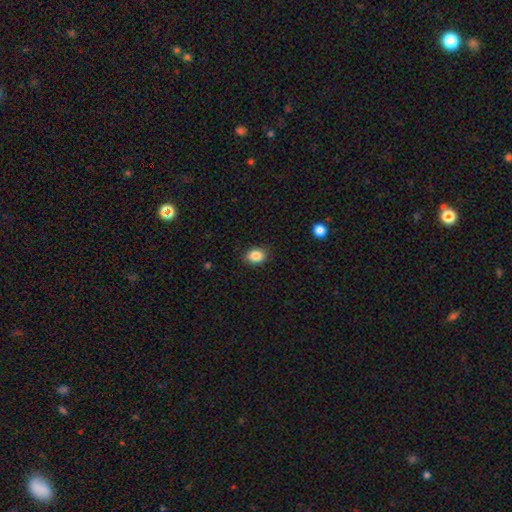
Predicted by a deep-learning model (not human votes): This is clearly a smooth galaxy (87%). How rounded: possibly in between (59%). Merging: clearly none (87%).